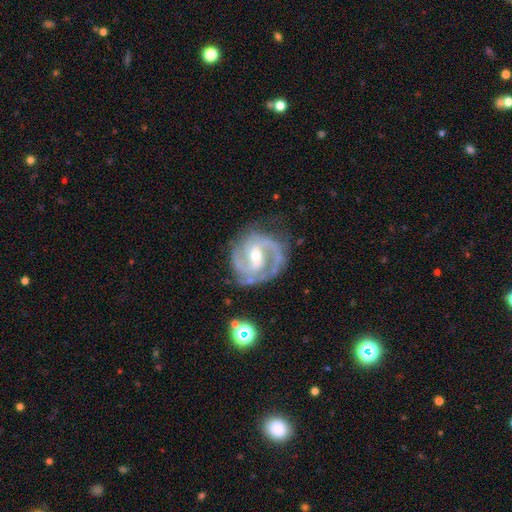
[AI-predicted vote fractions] The model was most divided on "bulge size": moderate: 49%, small: 48%, large: 2%, none: 1%, dominant: 1%. Remaining: spiral arms — yes (98%); edge-on disk — no (98%); smooth or featured — featured or disk (91%); merging — none (73%); spiral arm count — 2 (72%); spiral winding — medium (48%); bar — weak (47%).